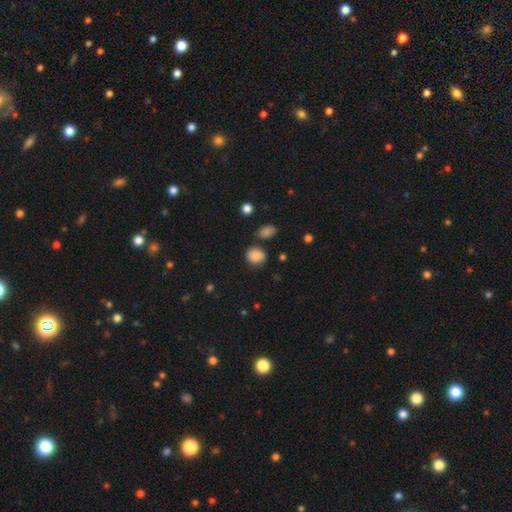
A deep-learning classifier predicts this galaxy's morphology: Q: Smooth or featured?
A: smooth (83%); runner-up: star or artifact (10%)
Q: How rounded?
A: round (66%); runner-up: in between (33%)
Q: Merging?
A: none (73%); runner-up: minor disturbance (17%)